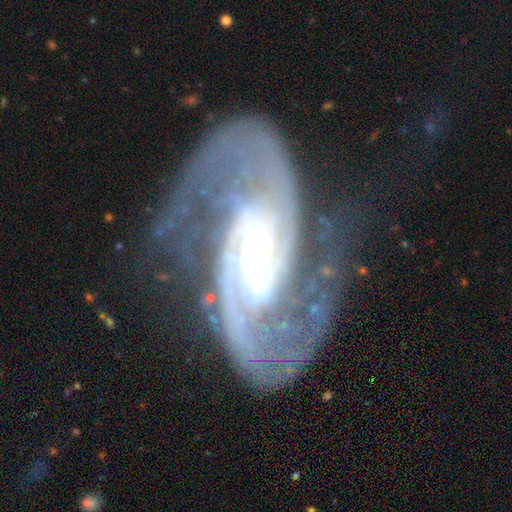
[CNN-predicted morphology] Smooth or featured? featured or disk (93%)
Edge-on disk? no (97%)
Bar? no (41%)
Spiral arms? yes (98%)
Spiral winding? medium (53%)
Spiral arm count? 2 (87%)
Bulge size? small (71%)
Merging? none (68%)